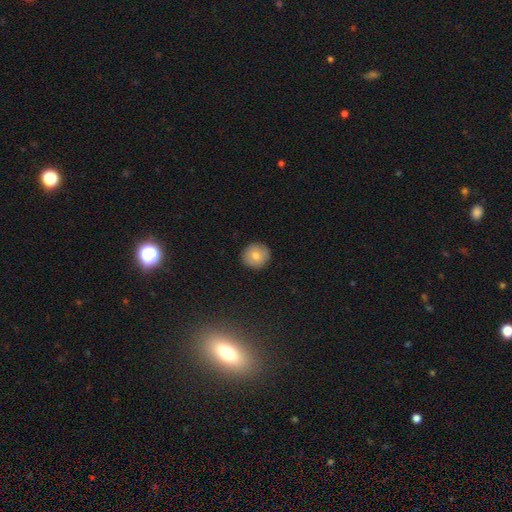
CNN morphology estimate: smooth-or-featured: smooth: 78% | featured or disk: 14% | star or artifact: 8%
  how-rounded: round: 92% | in between: 7% | cigar-shaped: 1%
  merging: none: 91% | minor disturbance: 6% | major disturbance: 2% | merger: 1%